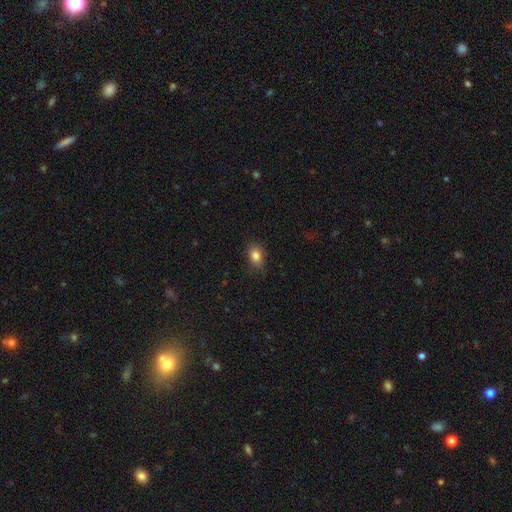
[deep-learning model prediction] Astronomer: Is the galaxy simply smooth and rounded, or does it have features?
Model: smooth — 84%.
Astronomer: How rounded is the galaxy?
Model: in between — 72%.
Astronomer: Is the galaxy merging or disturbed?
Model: none — 82%.